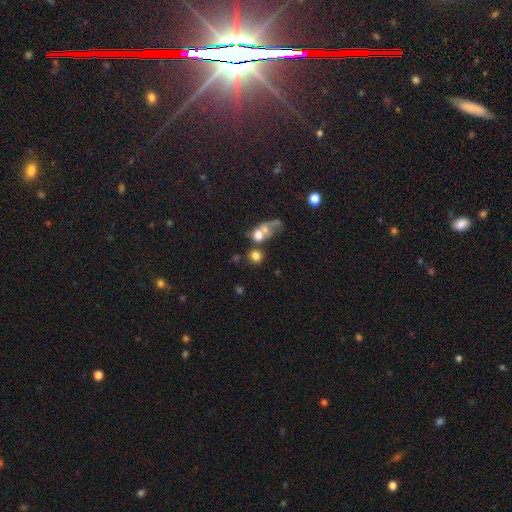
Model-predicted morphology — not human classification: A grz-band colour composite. It shows a smooth galaxy with no disk features (74%) that is round (78%). Merging: none (42%).